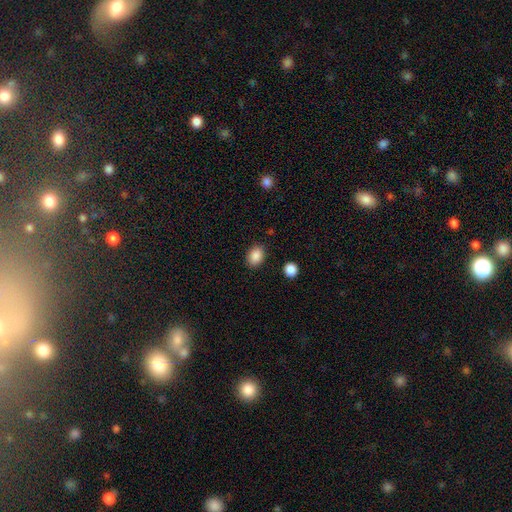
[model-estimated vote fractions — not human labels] smooth-or-featured: smooth: 88% | star or artifact: 8% | featured or disk: 3%
  how-rounded: in between: 68% | round: 31% | cigar-shaped: 1%
  merging: none: 87% | minor disturbance: 9% | major disturbance: 3% | merger: 2%